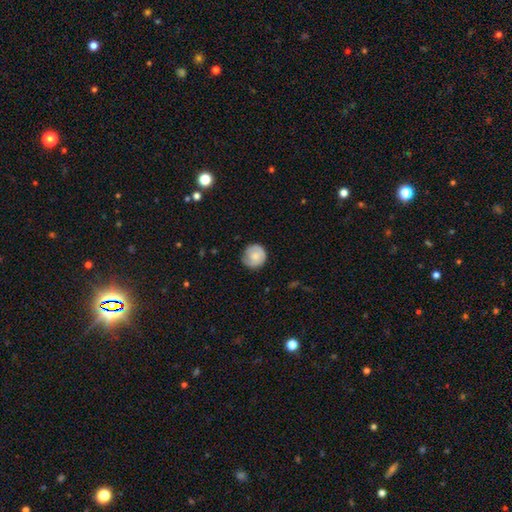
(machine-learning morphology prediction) Smooth or featured?
  - smooth: 68% *
  - featured or disk: 26%
  - star or artifact: 7%
How rounded?
  - round: 91% *
  - in between: 8%
  - cigar-shaped: 1%
Merging?
  - none: 75% *
  - minor disturbance: 19%
  - major disturbance: 5%
  - merger: 1%